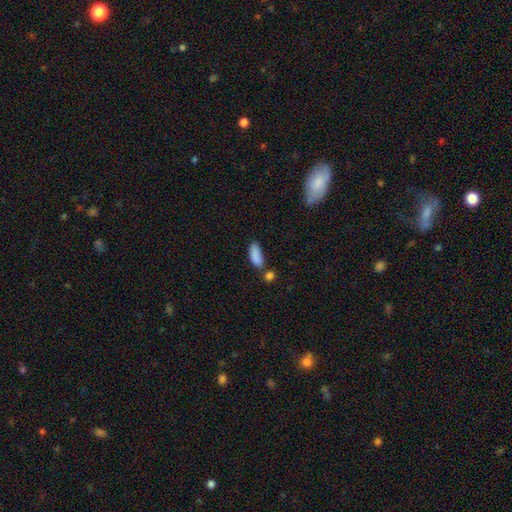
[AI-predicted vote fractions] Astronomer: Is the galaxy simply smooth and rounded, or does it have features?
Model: smooth — 87%.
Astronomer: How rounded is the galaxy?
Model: in between — 76%.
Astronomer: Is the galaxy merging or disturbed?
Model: none — 58%.